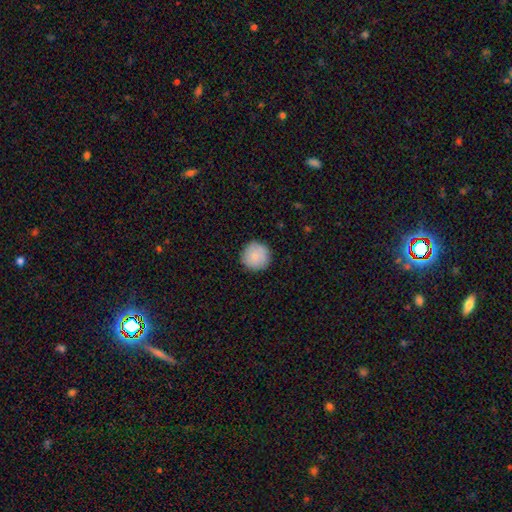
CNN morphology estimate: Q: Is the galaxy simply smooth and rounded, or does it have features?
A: smooth — 85%.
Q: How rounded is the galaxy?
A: round — 95%.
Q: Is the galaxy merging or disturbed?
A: none — 89%.